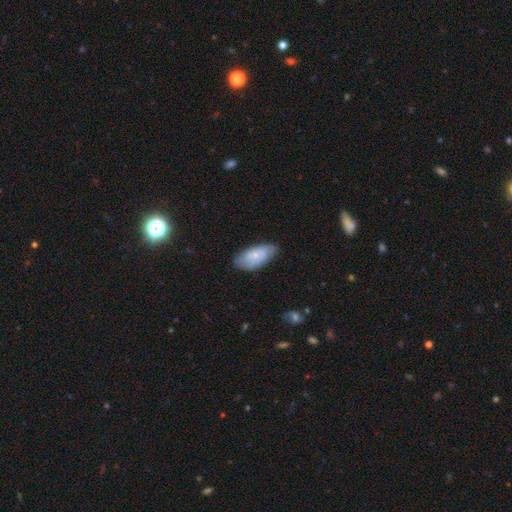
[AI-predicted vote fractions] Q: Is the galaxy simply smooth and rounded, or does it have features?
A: smooth — 62%.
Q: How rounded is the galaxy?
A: in between — 92%.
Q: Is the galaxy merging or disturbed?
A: none — 71%.